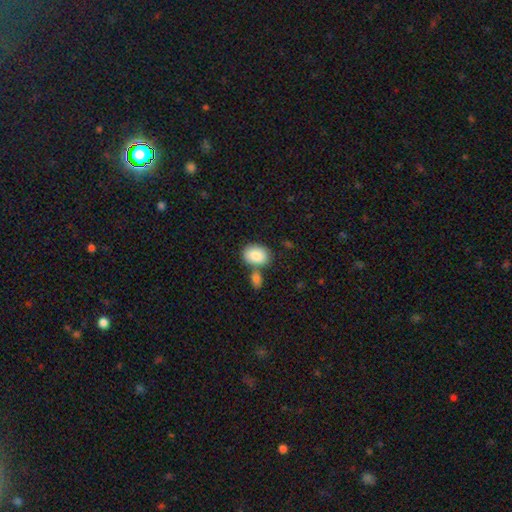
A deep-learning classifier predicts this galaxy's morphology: The model was most divided on "merging": none: 57%, merger: 27%, minor disturbance: 12%, major disturbance: 4%. More confident: smooth or featured — smooth (86%); how rounded — in between (76%).